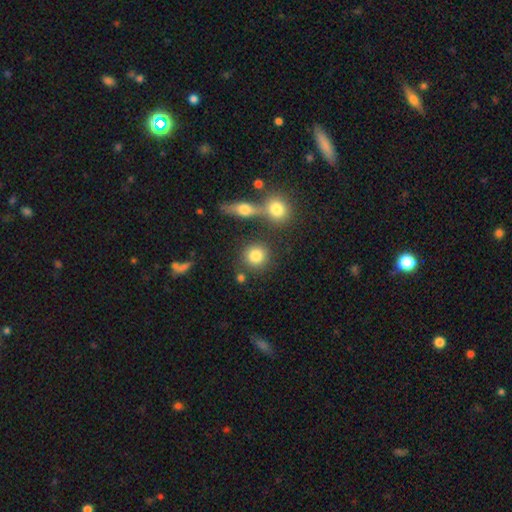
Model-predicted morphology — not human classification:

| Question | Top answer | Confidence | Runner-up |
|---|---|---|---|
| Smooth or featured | smooth | 80% | star or artifact (10%) |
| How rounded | round | 87% | in between (11%) |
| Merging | none | 76% | merger (13%) |